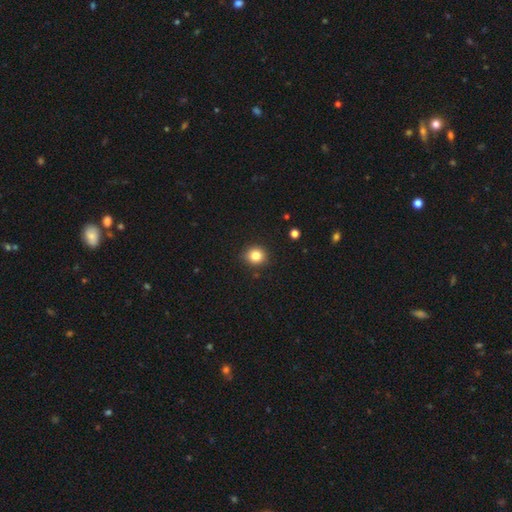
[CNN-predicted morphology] This is clearly a smooth galaxy (83%). How rounded: clearly round (83%). Merging: clearly none (87%).